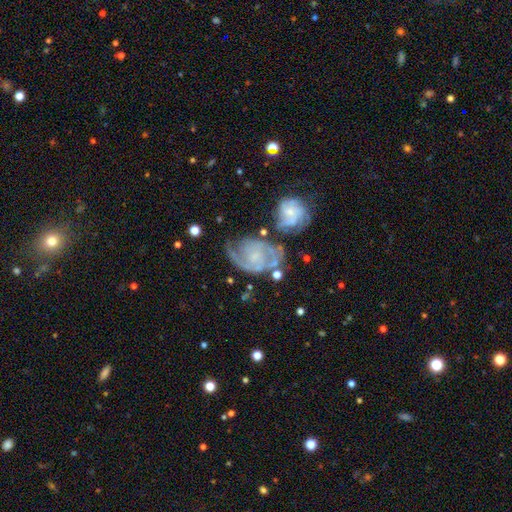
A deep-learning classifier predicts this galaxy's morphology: A featured or disk galaxy (83%) with no bar (58%), 2 (57%) tight (45%) spiral arms (94%) and a small central bulge (48%). Merging: none (45%).